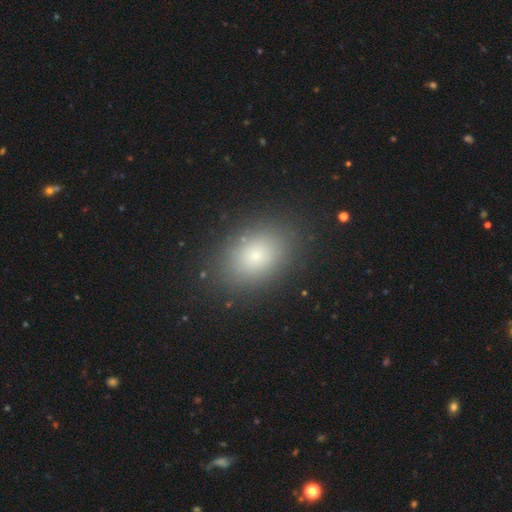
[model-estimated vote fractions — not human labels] Smooth or featured? Predicted: smooth (p=0.75). How rounded? Predicted: in between (p=0.72). Merging? Predicted: none (p=0.86).